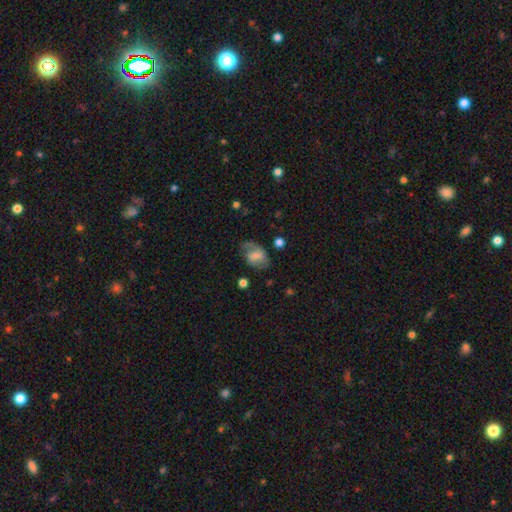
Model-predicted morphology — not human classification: Overall: smooth (46%; featured or disk 45%). Merging: none (51%; minor disturbance 26%).